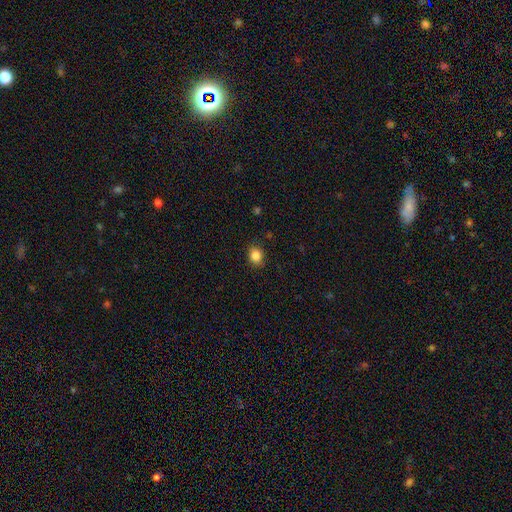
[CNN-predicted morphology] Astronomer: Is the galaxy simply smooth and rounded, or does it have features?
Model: smooth — 84%.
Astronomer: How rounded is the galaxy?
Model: round — 58% (runner-up: in between, 41%).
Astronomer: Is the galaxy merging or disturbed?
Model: none — 88%.